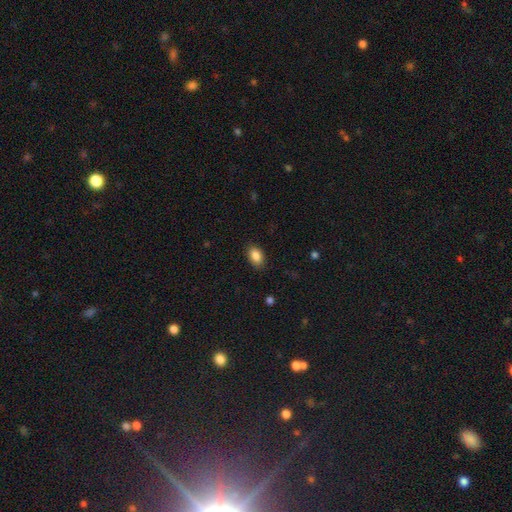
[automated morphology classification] smooth 87%, star or artifact 8%, featured or disk 5%. Down the decision tree: how rounded — in between (87%); merging — none (87%).